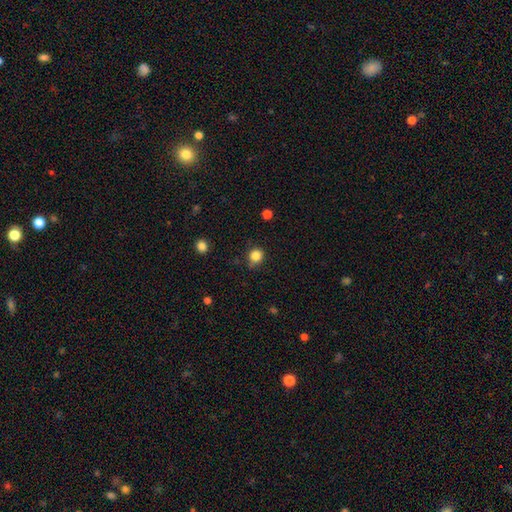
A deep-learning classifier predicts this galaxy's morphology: smooth_or_featured: smooth (p=0.83) [alt: star or artifact p=0.12]
how_rounded: round (p=0.86) [alt: in between p=0.13]
merging: none (p=0.73) [alt: minor disturbance p=0.20]